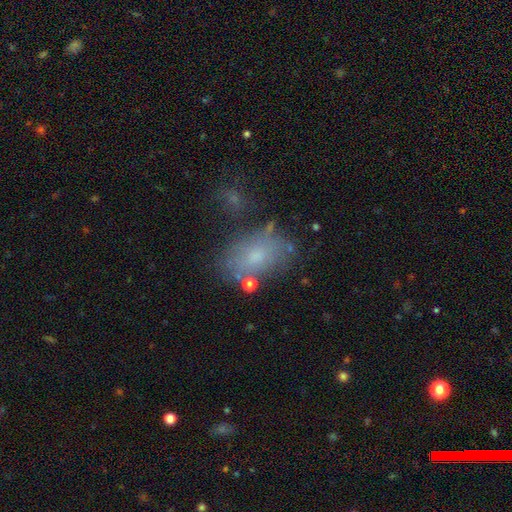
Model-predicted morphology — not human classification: A smooth galaxy with no disk features (64%) that is in between round and cigar-shaped (86%). Merging: none (64%).